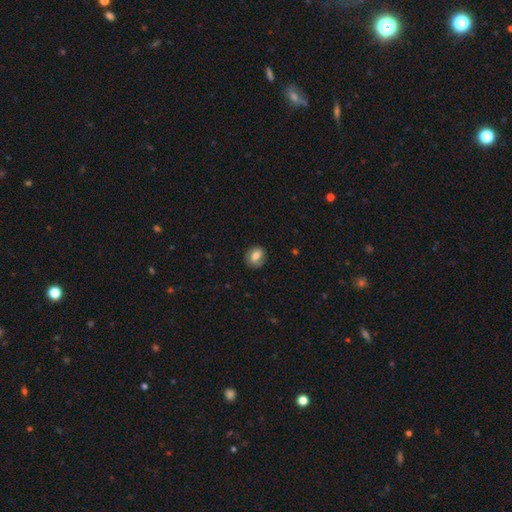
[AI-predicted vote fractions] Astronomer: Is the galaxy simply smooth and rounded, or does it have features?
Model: smooth — 69%.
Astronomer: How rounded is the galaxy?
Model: round — 55% (runner-up: in between, 44%).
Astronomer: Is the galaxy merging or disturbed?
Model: none — 74%.